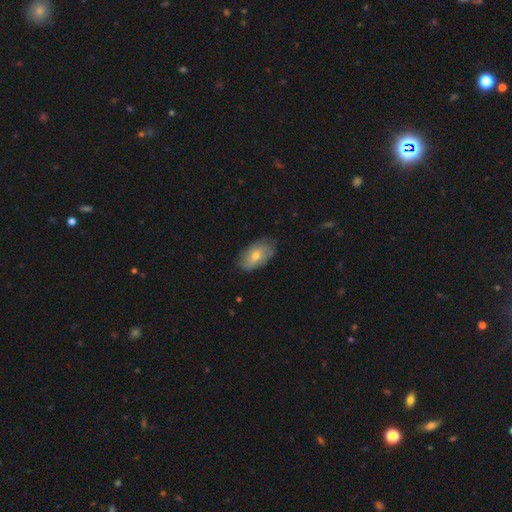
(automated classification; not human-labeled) Smooth or featured? Predicted: smooth (p=0.58). How rounded? Predicted: in between (p=0.91). Merging? Predicted: none (p=0.76).